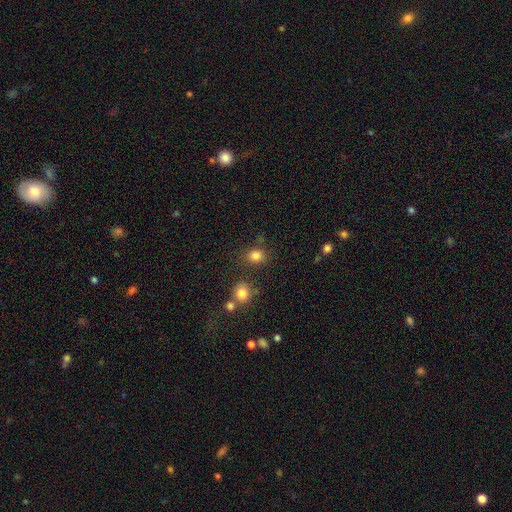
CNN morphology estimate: This is clearly a smooth galaxy (81%). How rounded: likely round (67%). Merging: likely none (76%).